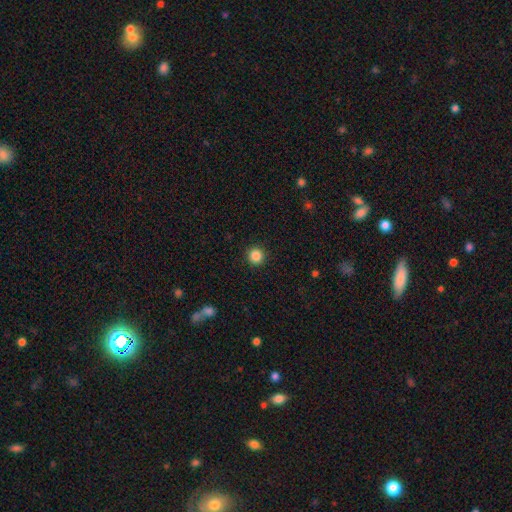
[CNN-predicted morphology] The model was most divided on "smooth or featured": smooth: 86%, star or artifact: 11%, featured or disk: 4%. More confident: how rounded — round (95%); merging — none (93%).